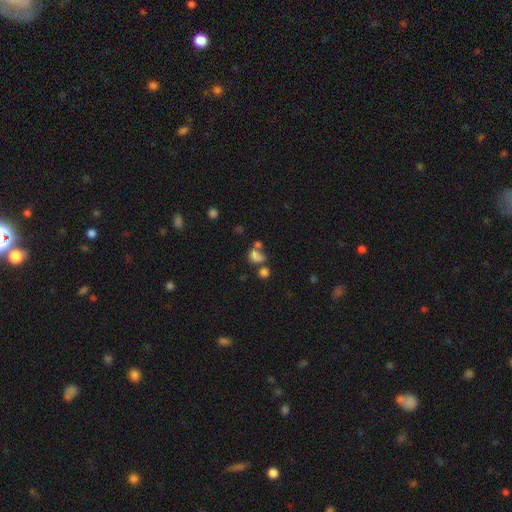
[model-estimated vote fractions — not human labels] Smooth or featured?
  - smooth: 72% *
  - star or artifact: 17%
  - featured or disk: 11%
How rounded?
  - in between: 56% *
  - round: 42%
  - cigar-shaped: 2%
Merging?
  - merger: 42% *
  - none: 33%
  - minor disturbance: 14%
  - major disturbance: 11%